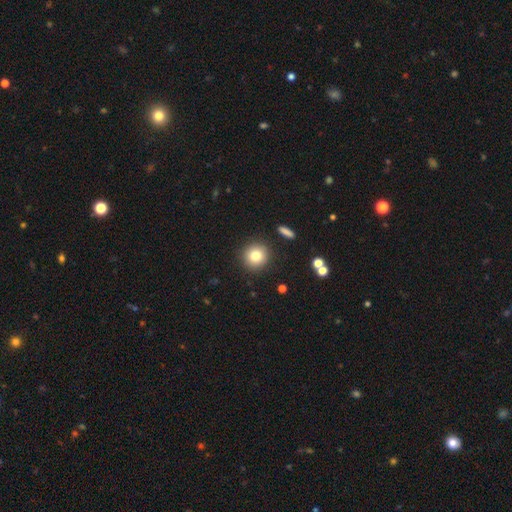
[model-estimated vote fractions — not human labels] smooth 80%, star or artifact 11%, featured or disk 9%. Down the decision tree: how rounded — round (92%); merging — none (89%).